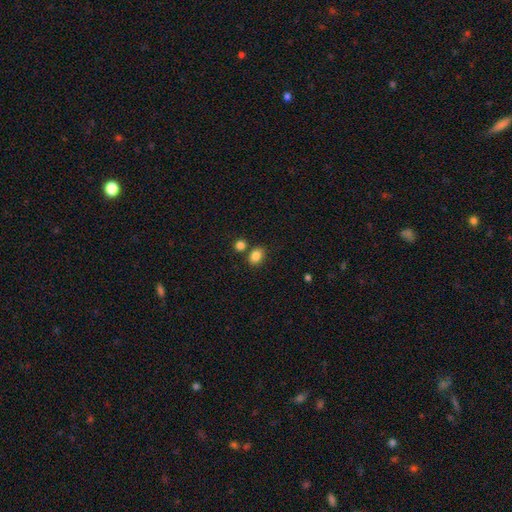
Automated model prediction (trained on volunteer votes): smooth-or-featured: smooth: 85% | star or artifact: 10% | featured or disk: 5%
  how-rounded: in between: 67% | round: 32% | cigar-shaped: 1%
  merging: none: 72% | merger: 14% | minor disturbance: 11% | major disturbance: 3%